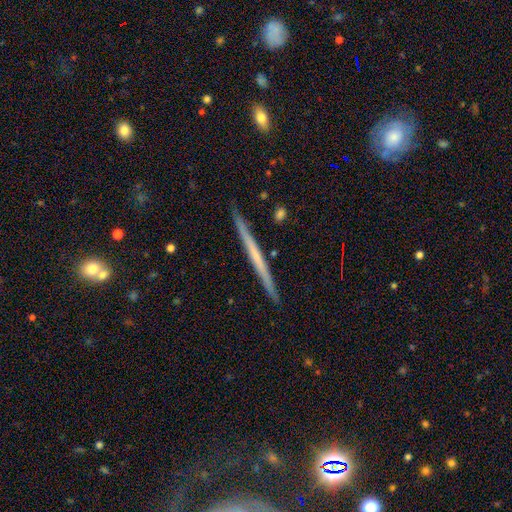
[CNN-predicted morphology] Smooth or featured: featured or disk — 55% (smooth — 39%)
Edge-on disk: yes — 98% (no — 2%)
Edge-on bulge: none — 89% (rounded — 7%)
Merging: none — 92% (minor disturbance — 6%)